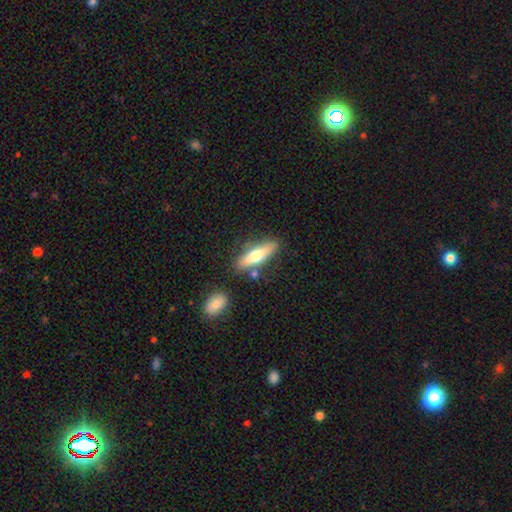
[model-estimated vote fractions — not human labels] A smooth galaxy with no disk features (57%) that is cigar-shaped (63%). Merging: none (77%).